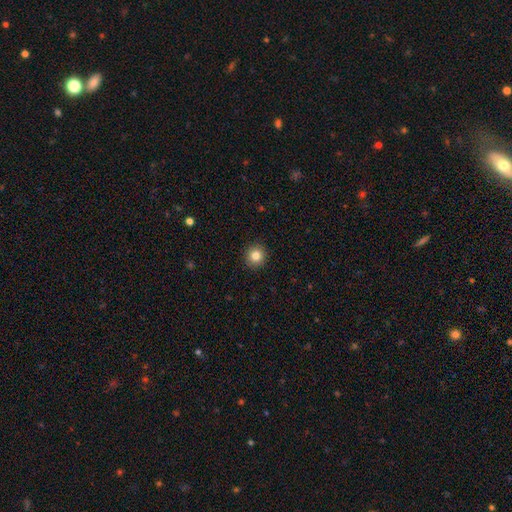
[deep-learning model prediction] A smooth galaxy with no disk features (83%) that is round (93%).

Vote fractions:
- Smooth or featured? smooth: 83% / star or artifact: 11% / featured or disk: 7%
- How rounded? round: 93% / in between: 6% / cigar-shaped: 1%
- Merging? none: 92% / minor disturbance: 5% / major disturbance: 2% / merger: 1%